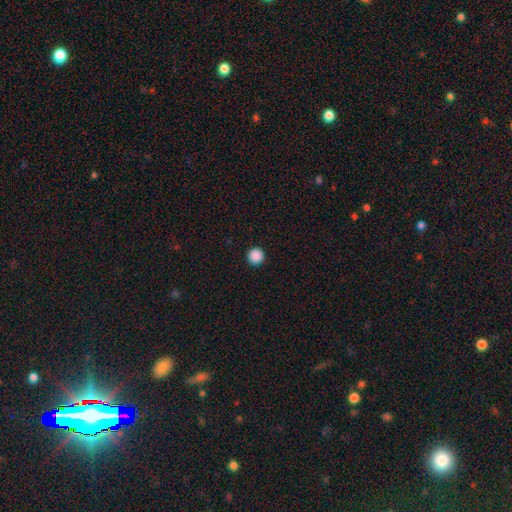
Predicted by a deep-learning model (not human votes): Smooth or featured? Predicted: smooth (p=0.89). How rounded? Predicted: round (p=0.97). Merging? Predicted: none (p=0.94).